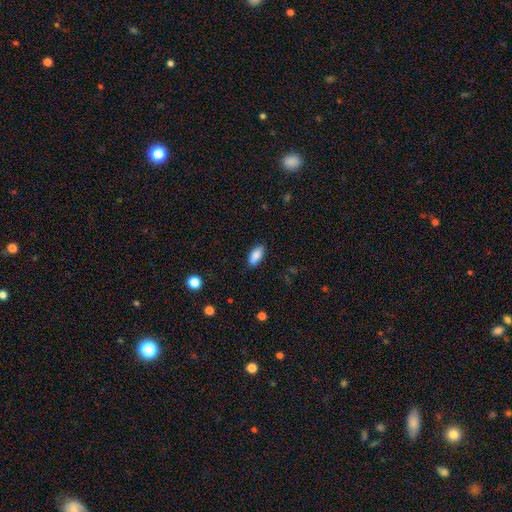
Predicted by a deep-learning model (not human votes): Smooth or featured?
  - smooth: 87% *
  - star or artifact: 7%
  - featured or disk: 6%
How rounded?
  - in between: 87% *
  - cigar-shaped: 11%
  - round: 2%
Merging?
  - none: 83% *
  - minor disturbance: 13%
  - major disturbance: 3%
  - merger: 1%